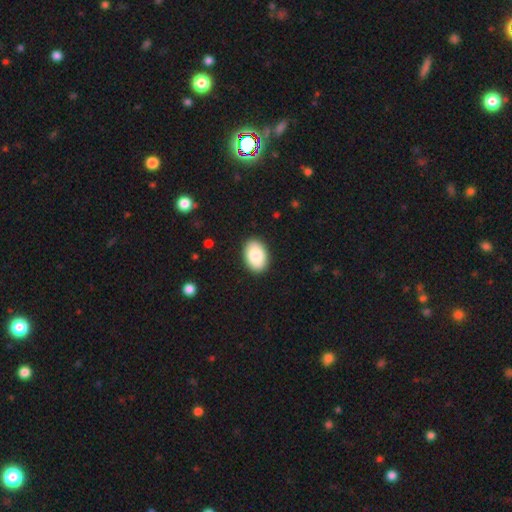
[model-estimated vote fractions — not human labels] This appears to be a smooth galaxy with no disk features (86%) that is in between round and cigar-shaped (88%). Merging: none (89%).